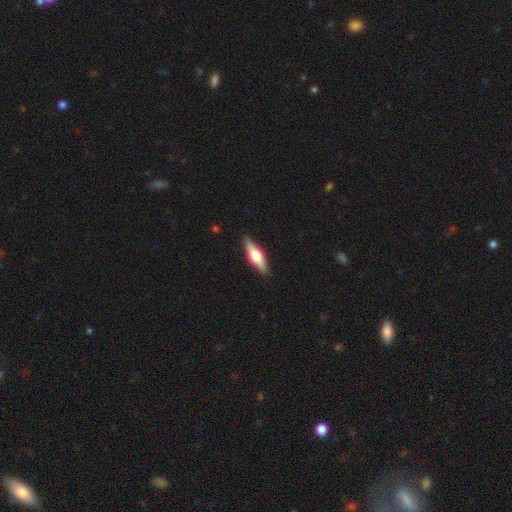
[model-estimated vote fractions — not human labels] A featured or disk galaxy (55%) viewed edge-on (94%) with a rounded central bulge (93%).

Vote fractions:
- Smooth or featured? featured or disk: 55% / smooth: 40% / star or artifact: 6%
- Edge-on disk? yes: 94% / no: 6%
- Edge-on bulge? rounded: 93% / boxy: 5% / none: 2%
- Merging? none: 90% / minor disturbance: 8% / major disturbance: 2% / merger: 1%